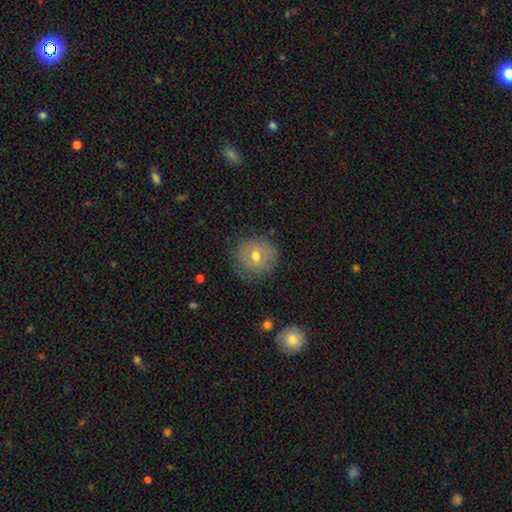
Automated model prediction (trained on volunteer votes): Q: Smooth or featured?
A: smooth (61%); runner-up: featured or disk (28%)
Q: How rounded?
A: round (91%); runner-up: in between (8%)
Q: Merging?
A: none (80%); runner-up: minor disturbance (14%)